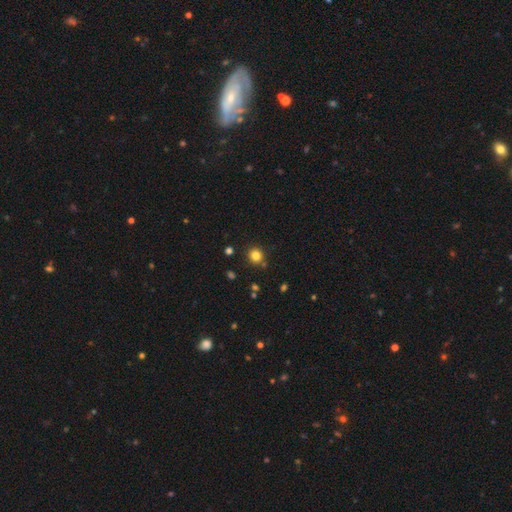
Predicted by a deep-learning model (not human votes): smooth_or_featured: smooth (p=0.81) [alt: star or artifact p=0.14]
how_rounded: round (p=0.90) [alt: in between p=0.09]
merging: none (p=0.85) [alt: minor disturbance p=0.08]